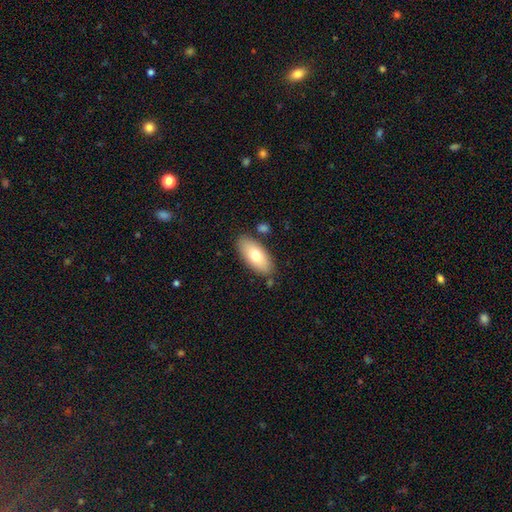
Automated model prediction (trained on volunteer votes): A smooth galaxy with no disk features (73%) that is in between round and cigar-shaped (87%). Merging: none (83%).